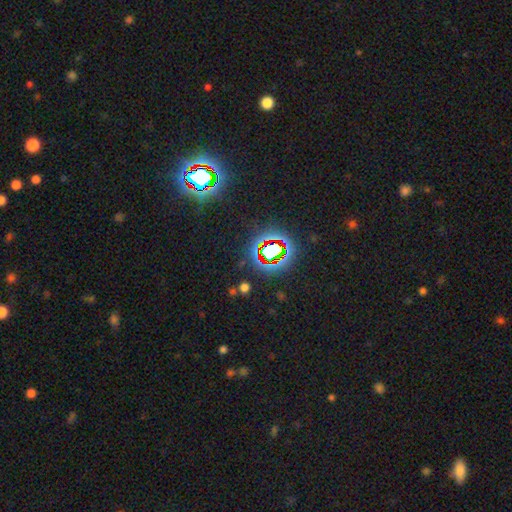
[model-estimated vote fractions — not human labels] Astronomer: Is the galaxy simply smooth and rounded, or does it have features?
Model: star or artifact — 79%.